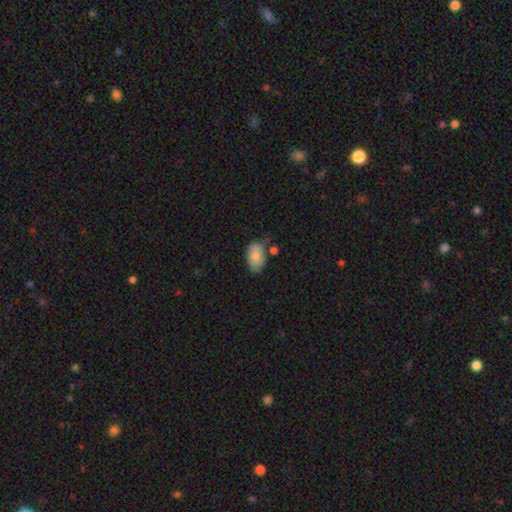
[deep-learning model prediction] Overall: smooth (83%). How rounded: in between (91%). Merging: none (59%; minor disturbance 25%).